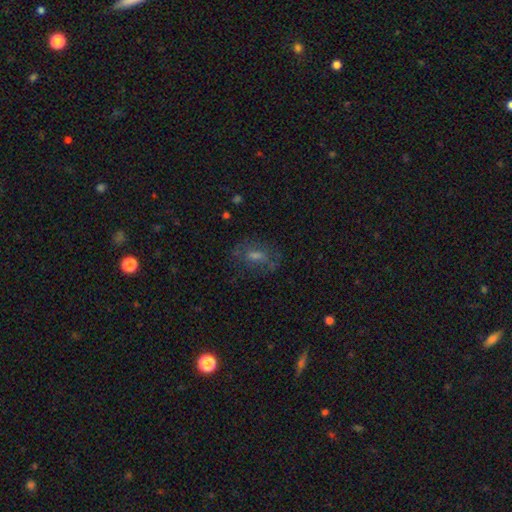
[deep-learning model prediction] Smooth or featured?
  - featured or disk: 42% *
  - smooth: 36%
  - star or artifact: 22%
Merging?
  - none: 65% *
  - minor disturbance: 19%
  - major disturbance: 15%
  - merger: 2%